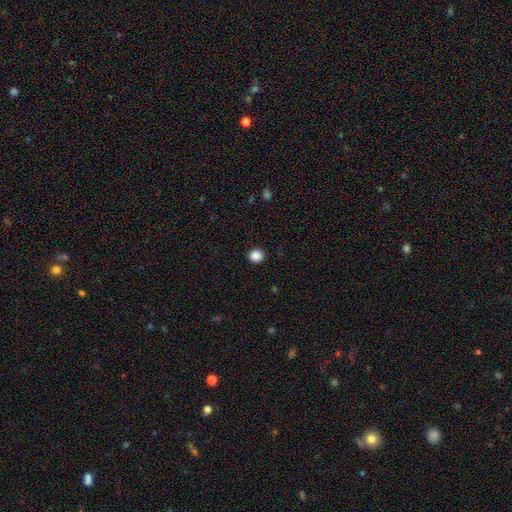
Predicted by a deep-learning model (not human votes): smooth 87%, star or artifact 10%, featured or disk 3%. Down the decision tree: how rounded — round (88%); merging — none (93%).